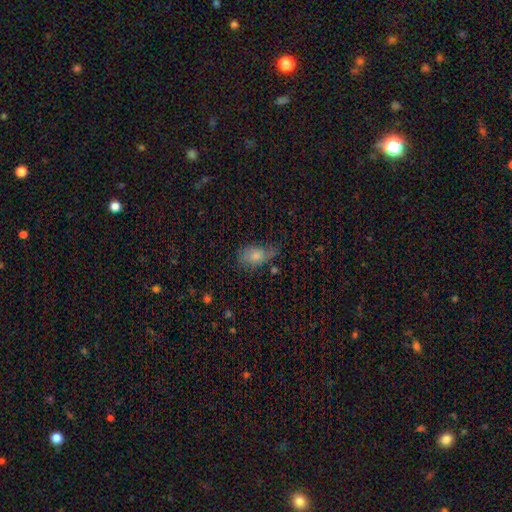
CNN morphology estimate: This appears to be a smooth galaxy with no disk features (72%) that is in between round and cigar-shaped (83%). Merging: none (44%).